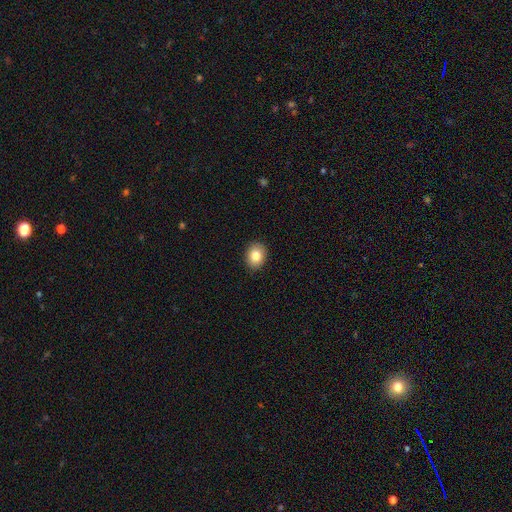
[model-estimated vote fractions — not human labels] The model was most divided on "how rounded": in between: 52%, round: 48%, cigar-shaped: 1%. More confident: merging — none (90%); smooth or featured — smooth (83%).